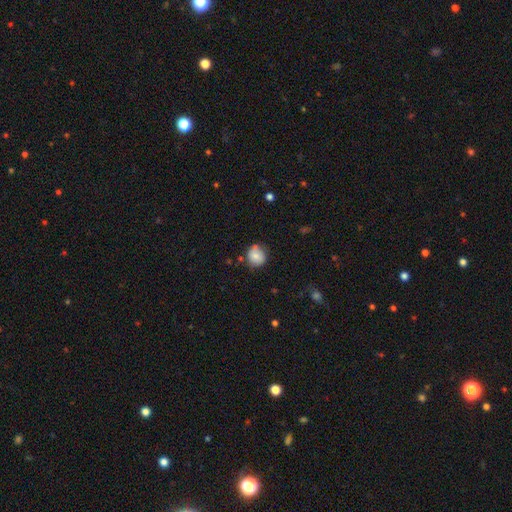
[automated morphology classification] The model was most divided on "merging": none: 68%, minor disturbance: 23%, major disturbance: 5%, merger: 4%. More confident: how rounded — round (81%); smooth or featured — smooth (77%).